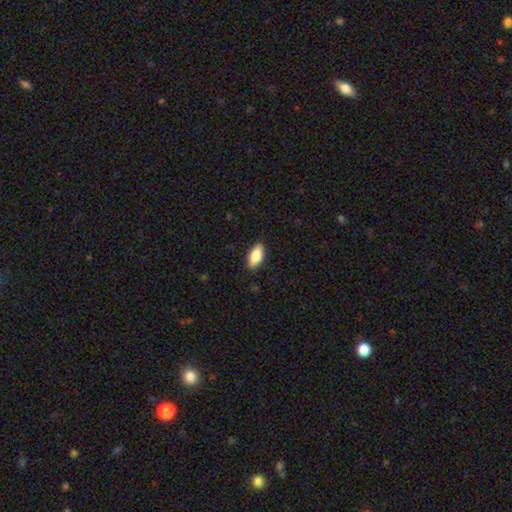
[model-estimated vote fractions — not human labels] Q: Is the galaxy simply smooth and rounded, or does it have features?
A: smooth — 82%.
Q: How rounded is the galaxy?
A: in between — 91%.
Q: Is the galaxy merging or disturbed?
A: none — 89%.